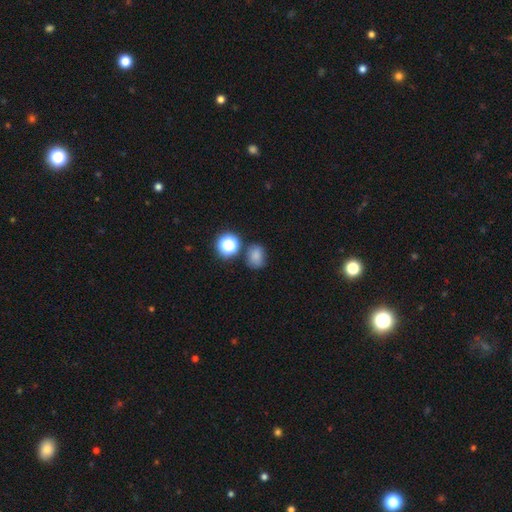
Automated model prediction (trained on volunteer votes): Morphology: type=smooth (76%); roundness=round (50%); merging=none (66%).